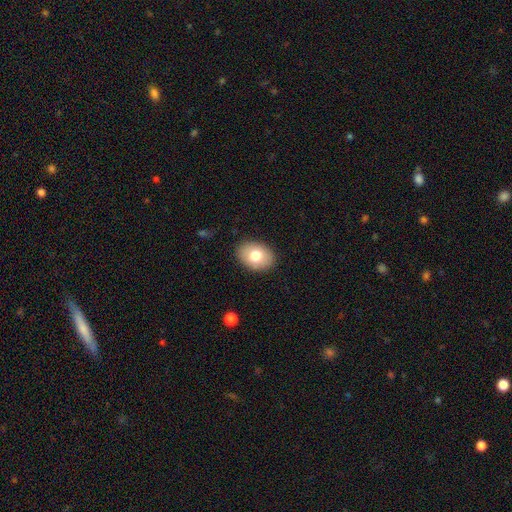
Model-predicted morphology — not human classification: Overall: smooth (75%). How rounded: in between (76%). Merging: none (88%).